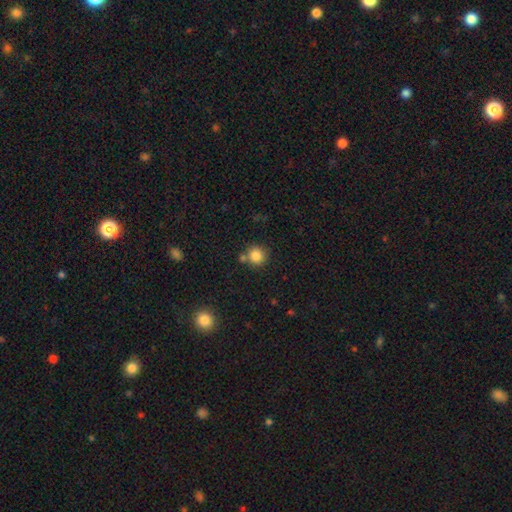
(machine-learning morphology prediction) smooth 84%, star or artifact 11%, featured or disk 5%. Down the decision tree: how rounded — round (92%); merging — none (70%).